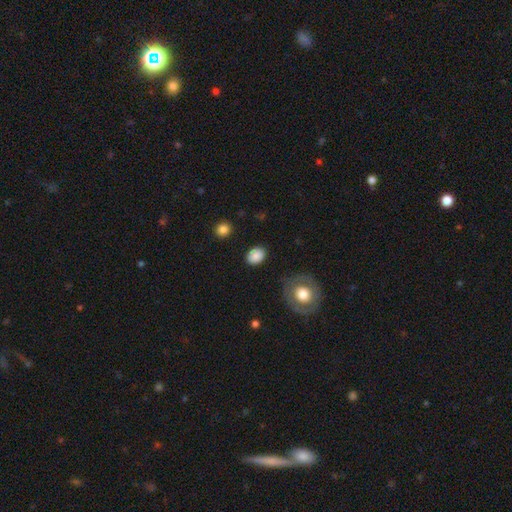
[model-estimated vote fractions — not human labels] smooth_or_featured: smooth (p=0.87) [alt: star or artifact p=0.08]
how_rounded: in between (p=0.60) [alt: round p=0.39]
merging: none (p=0.86) [alt: minor disturbance p=0.09]